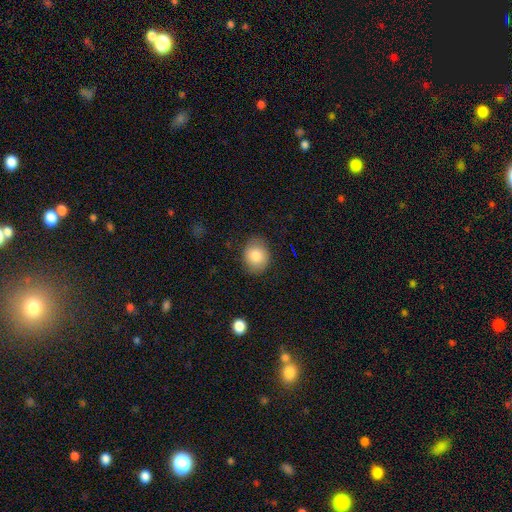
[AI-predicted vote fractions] A smooth galaxy with no disk features (82%) that is round (62%).

Vote fractions:
- Smooth or featured? smooth: 82% / featured or disk: 10% / star or artifact: 8%
- How rounded? round: 62% / in between: 37% / cigar-shaped: 1%
- Merging? none: 82% / minor disturbance: 14% / major disturbance: 3% / merger: 1%